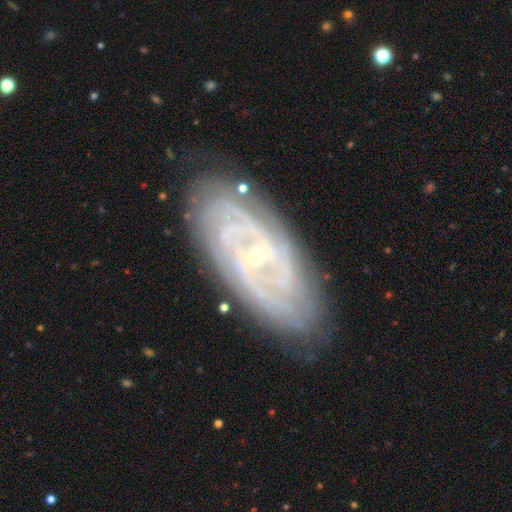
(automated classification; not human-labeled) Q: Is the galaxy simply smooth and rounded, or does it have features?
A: featured or disk — 88%.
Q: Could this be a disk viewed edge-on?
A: no — 94%.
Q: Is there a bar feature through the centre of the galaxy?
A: no — 50%.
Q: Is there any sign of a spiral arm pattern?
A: yes — 97%.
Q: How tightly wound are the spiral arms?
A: tight — 66%.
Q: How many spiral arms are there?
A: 2 — 28%.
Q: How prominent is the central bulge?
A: small — 84%.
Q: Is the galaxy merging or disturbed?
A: none — 82%.